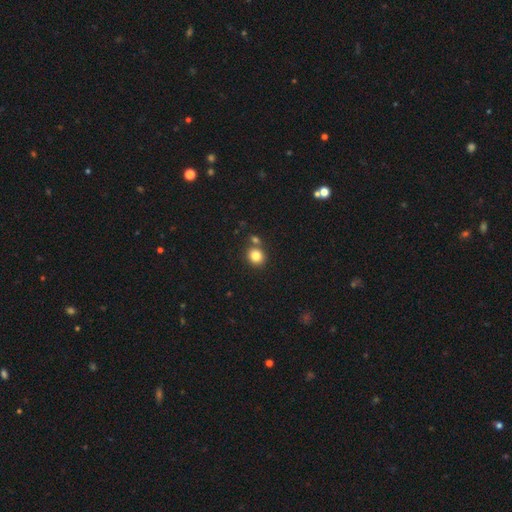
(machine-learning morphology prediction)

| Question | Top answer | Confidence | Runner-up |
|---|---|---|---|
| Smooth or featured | smooth | 83% | star or artifact (11%) |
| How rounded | round | 75% | in between (24%) |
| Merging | none | 71% | merger (18%) |